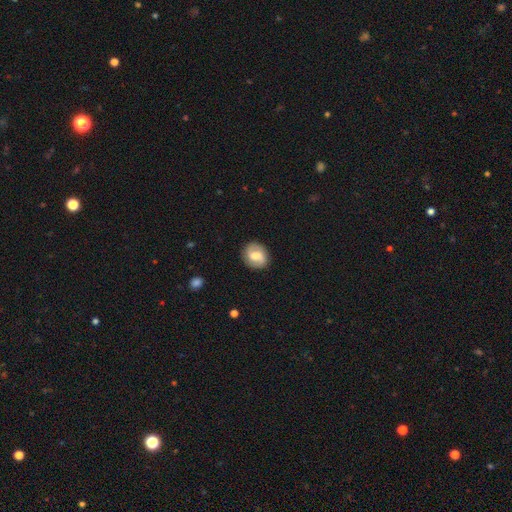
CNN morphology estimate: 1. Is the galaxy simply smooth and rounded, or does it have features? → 47% smooth, 46% featured or disk, 7% star or artifact.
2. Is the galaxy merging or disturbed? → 86% none, 10% minor disturbance, 3% major disturbance, 1% merger.